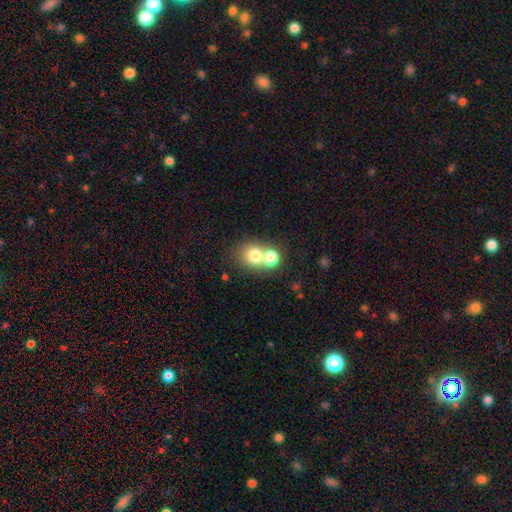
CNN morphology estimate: smooth_or_featured: smooth (p=0.73) [alt: featured or disk p=0.14]
how_rounded: round (p=0.73) [alt: in between p=0.26]
merging: merger (p=0.53) [alt: none p=0.37]